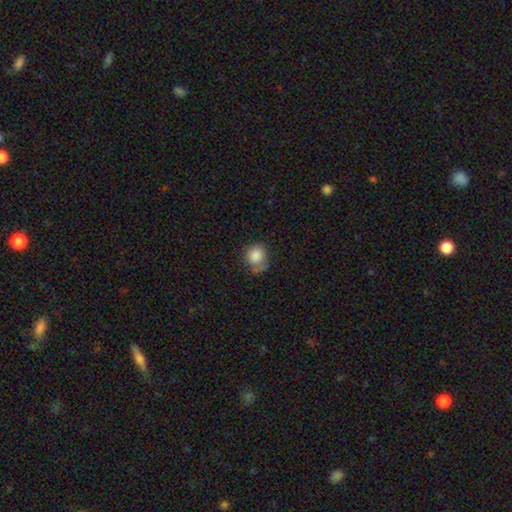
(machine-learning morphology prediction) This appears to be a smooth galaxy with no disk features (85%) that is round (76%). Merging: none (58%).